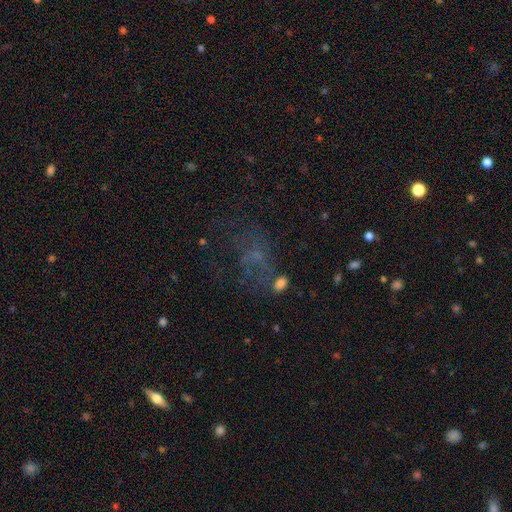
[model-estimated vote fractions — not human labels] Q: Smooth or featured?
A: star or artifact (34%); runner-up: smooth (33%)